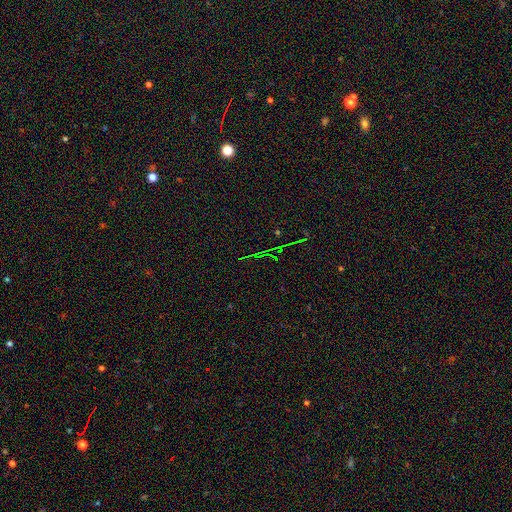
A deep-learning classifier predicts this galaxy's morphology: Smooth or featured? star or artifact (78%)